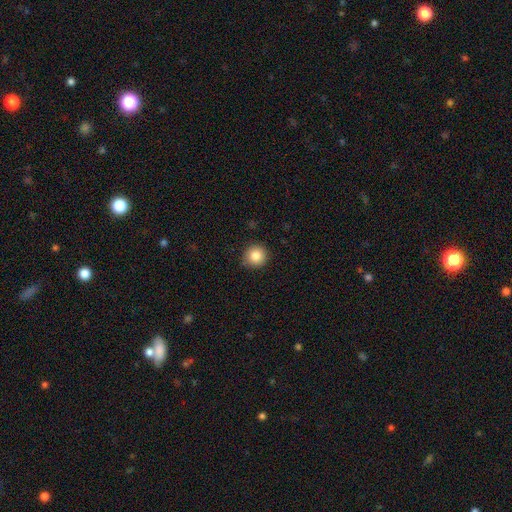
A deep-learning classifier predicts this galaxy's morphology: smooth-or-featured: smooth: 85% | star or artifact: 9% | featured or disk: 5%
  how-rounded: round: 94% | in between: 5% | cigar-shaped: 1%
  merging: none: 87% | minor disturbance: 9% | major disturbance: 2% | merger: 1%